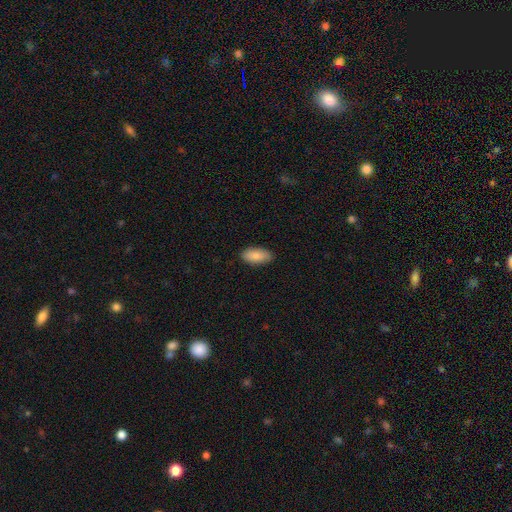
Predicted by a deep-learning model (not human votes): The model was most divided on "smooth or featured": smooth: 85%, featured or disk: 9%, star or artifact: 6%. More confident: how rounded — in between (91%); merging — none (88%).